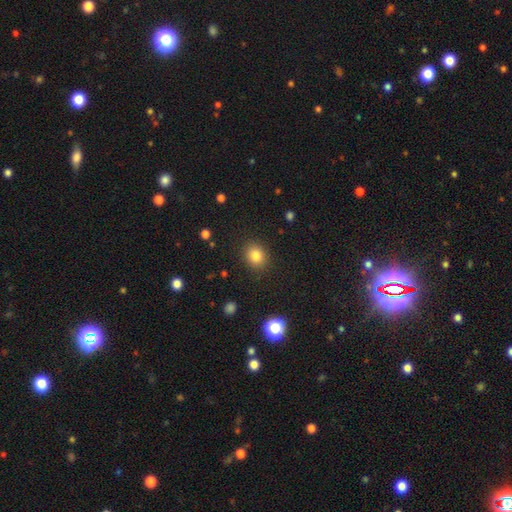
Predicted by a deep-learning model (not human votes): Q: Smooth or featured?
A: smooth (82%); runner-up: star or artifact (12%)
Q: How rounded?
A: round (71%); runner-up: in between (29%)
Q: Merging?
A: none (89%); runner-up: minor disturbance (7%)